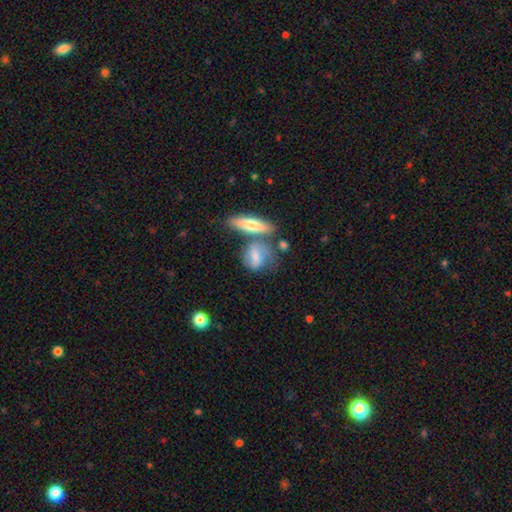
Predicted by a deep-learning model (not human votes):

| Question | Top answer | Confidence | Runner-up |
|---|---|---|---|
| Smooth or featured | smooth | 62% | featured or disk (31%) |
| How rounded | in between | 53% | round (31%) |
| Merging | none | 48% | merger (27%) |